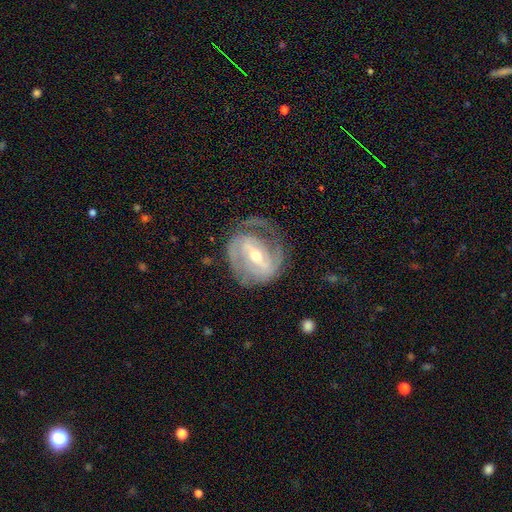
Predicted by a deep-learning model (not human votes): Q: Smooth or featured?
A: featured or disk (85%); runner-up: smooth (10%)
Q: Edge-on disk?
A: no (96%); runner-up: yes (4%)
Q: Bar?
A: strong (54%); runner-up: weak (35%)
Q: Spiral arms?
A: yes (89%); runner-up: no (11%)
Q: Spiral winding?
A: tight (50%); runner-up: medium (36%)
Q: Spiral arm count?
A: 2 (61%); runner-up: can't tell (18%)
Q: Bulge size?
A: moderate (55%); runner-up: small (41%)
Q: Merging?
A: none (59%); runner-up: minor disturbance (21%)